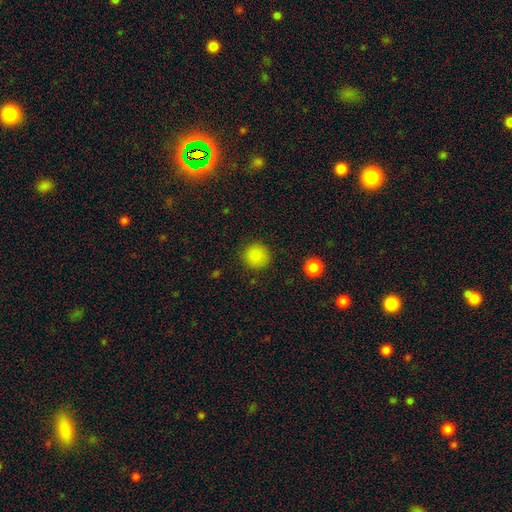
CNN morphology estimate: smooth_or_featured: smooth (p=0.86) [alt: star or artifact p=0.10]
how_rounded: round (p=0.94) [alt: in between p=0.05]
merging: none (p=0.90) [alt: minor disturbance p=0.06]